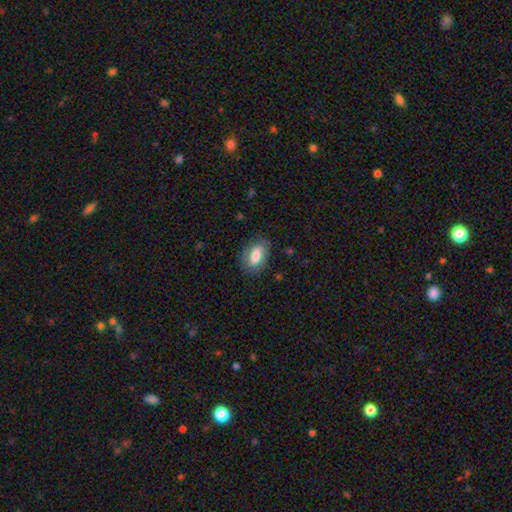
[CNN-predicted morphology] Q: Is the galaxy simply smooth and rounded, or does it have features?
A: smooth — 74%.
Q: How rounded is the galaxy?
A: in between — 89%.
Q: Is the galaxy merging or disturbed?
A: none — 76%.